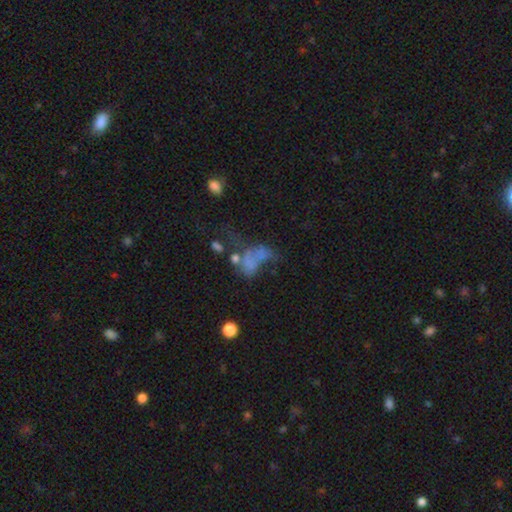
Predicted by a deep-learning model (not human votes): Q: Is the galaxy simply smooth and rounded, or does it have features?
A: featured or disk — 38%.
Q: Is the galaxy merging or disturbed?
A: major disturbance — 33%.